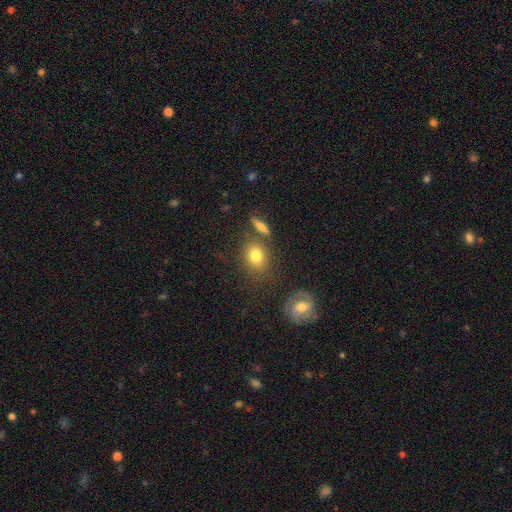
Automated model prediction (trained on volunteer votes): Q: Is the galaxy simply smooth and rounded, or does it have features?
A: smooth — 78%.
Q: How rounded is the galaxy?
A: round — 52%.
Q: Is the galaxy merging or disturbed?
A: none — 71%.